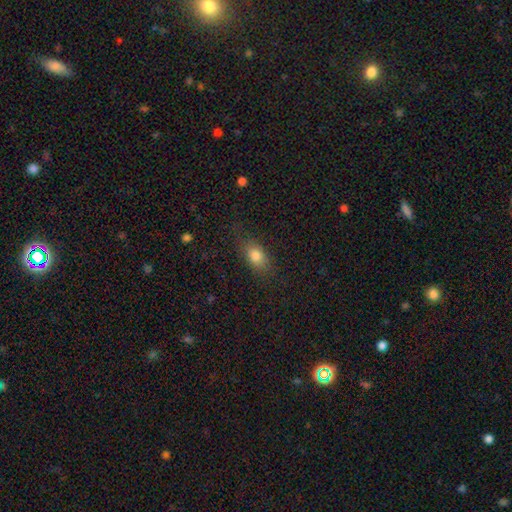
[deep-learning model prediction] smooth_or_featured: smooth (p=0.80) [alt: featured or disk p=0.11]
how_rounded: in between (p=0.78) [alt: round p=0.17]
merging: none (p=0.74) [alt: minor disturbance p=0.18]